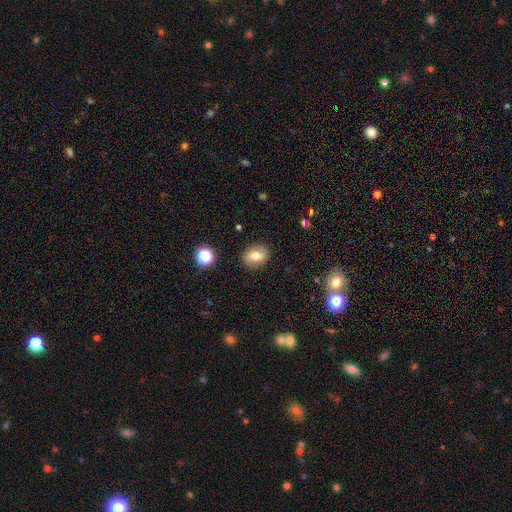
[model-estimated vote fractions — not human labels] This appears to be a smooth galaxy with no disk features (76%) that is in between round and cigar-shaped (53%). Merging: none (88%).